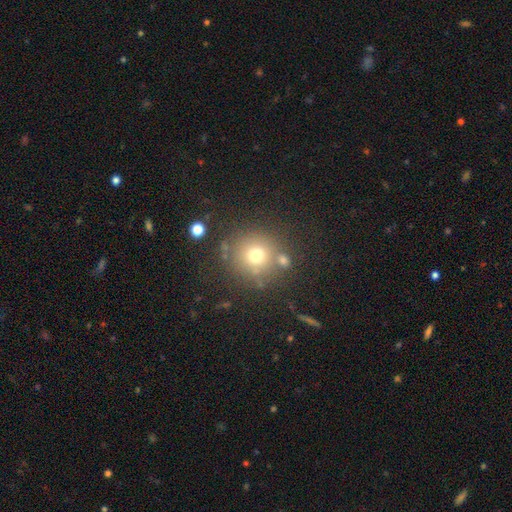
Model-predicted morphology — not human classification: Overall: smooth (70%). How rounded: round (92%). Merging: none (75%).